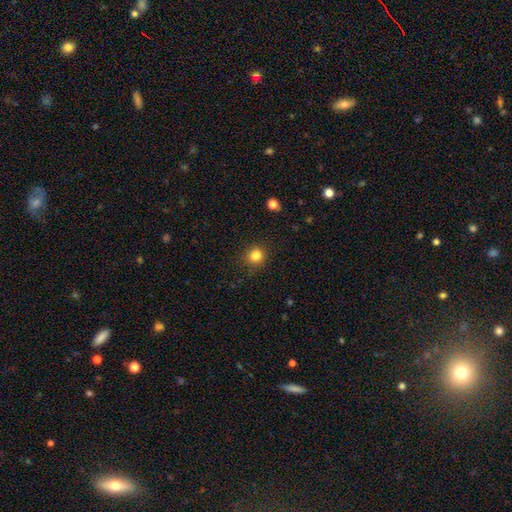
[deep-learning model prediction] smooth_or_featured: smooth (p=0.83) [alt: star or artifact p=0.12]
how_rounded: round (p=0.84) [alt: in between p=0.15]
merging: none (p=0.86) [alt: minor disturbance p=0.10]